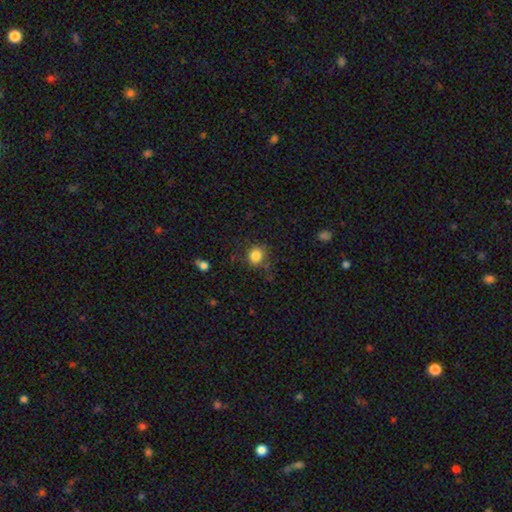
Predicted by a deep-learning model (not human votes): Q: Smooth or featured?
A: smooth (84%); runner-up: star or artifact (11%)
Q: How rounded?
A: round (79%); runner-up: in between (20%)
Q: Merging?
A: none (77%); runner-up: minor disturbance (16%)